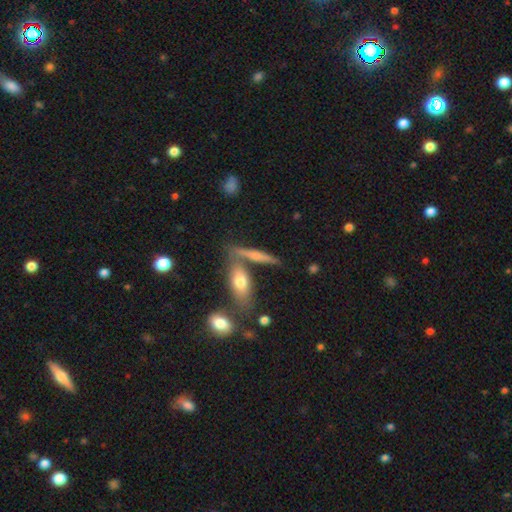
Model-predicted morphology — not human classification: A smooth galaxy with no disk features (53%) that is cigar-shaped (71%). Merging: none (61%).